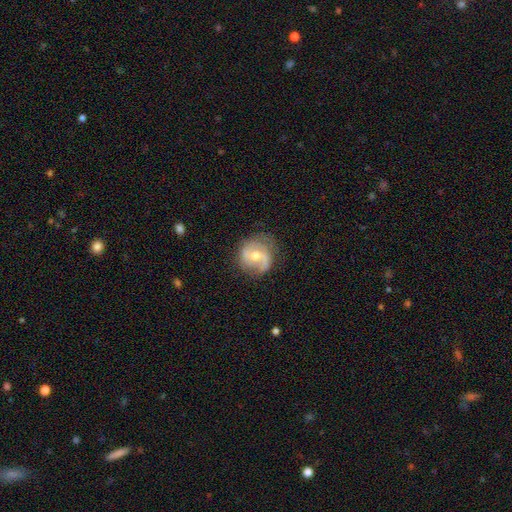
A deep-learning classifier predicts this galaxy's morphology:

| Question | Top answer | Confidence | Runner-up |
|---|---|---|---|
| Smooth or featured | featured or disk | 73% | smooth (20%) |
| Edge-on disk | no | 97% | yes (3%) |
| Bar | no | 45% | weak (43%) |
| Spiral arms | yes | 89% | no (11%) |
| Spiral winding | medium | 43% | tight (29%) |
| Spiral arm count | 2 | 74% | can't tell (11%) |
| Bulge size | moderate | 63% | small (33%) |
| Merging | none | 70% | minor disturbance (20%) |